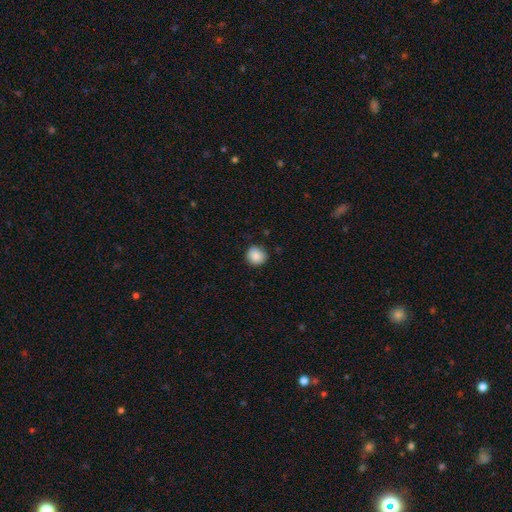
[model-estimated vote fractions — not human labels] Overall: smooth (88%). How rounded: round (90%). Merging: none (86%).